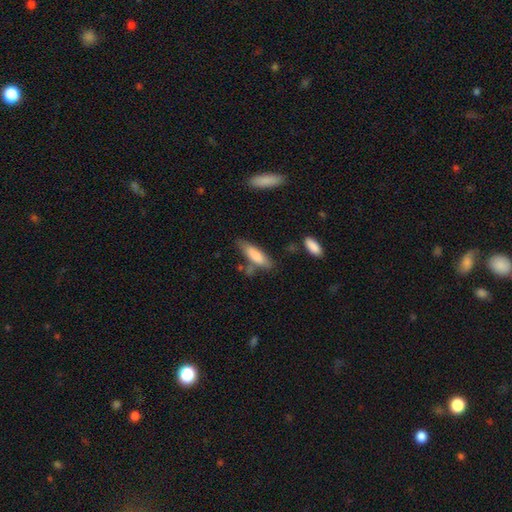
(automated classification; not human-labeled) Smooth or featured? Predicted: smooth (p=0.80). How rounded? Predicted: cigar-shaped (p=0.55). Merging? Predicted: none (p=0.65).